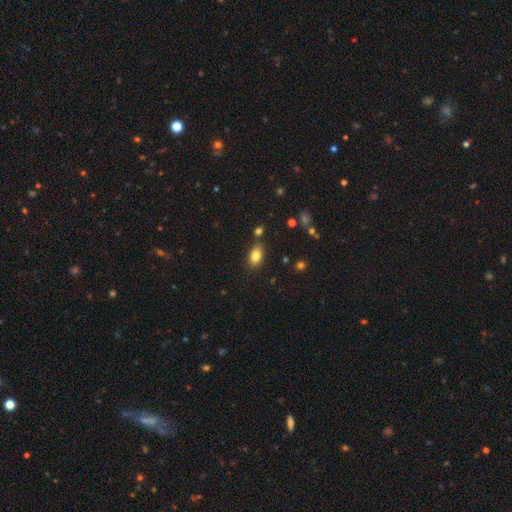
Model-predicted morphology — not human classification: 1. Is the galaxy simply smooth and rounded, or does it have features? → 81% smooth, 10% star or artifact, 9% featured or disk.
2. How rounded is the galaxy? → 86% in between, 12% round, 2% cigar-shaped.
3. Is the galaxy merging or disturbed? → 76% none, 13% minor disturbance, 8% merger, 3% major disturbance.